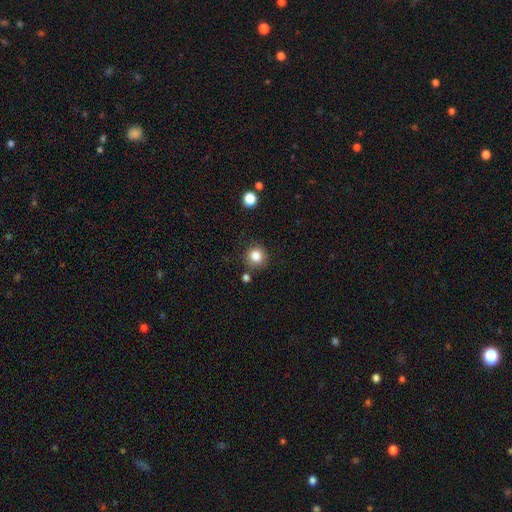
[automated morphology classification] The model was most divided on "merging": none: 83%, minor disturbance: 10%, merger: 5%, major disturbance: 3%. More confident: how rounded — round (91%); smooth or featured — smooth (84%).